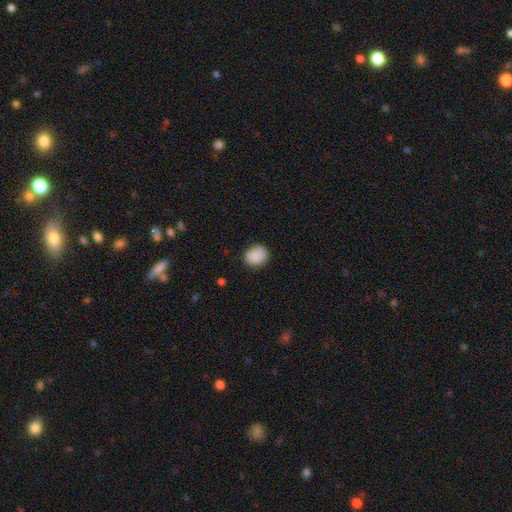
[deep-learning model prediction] Morphology: type=smooth (87%); roundness=round (66%); merging=none (76%).